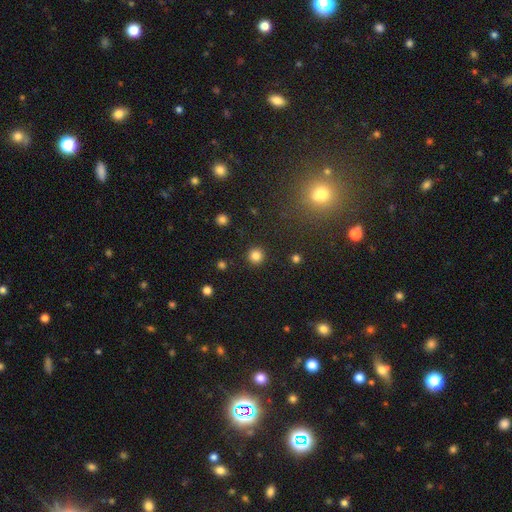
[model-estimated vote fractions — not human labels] smooth-or-featured: smooth: 83% | star or artifact: 13% | featured or disk: 4%
  how-rounded: round: 95% | in between: 4% | cigar-shaped: 1%
  merging: none: 92% | minor disturbance: 5% | major disturbance: 2% | merger: 1%